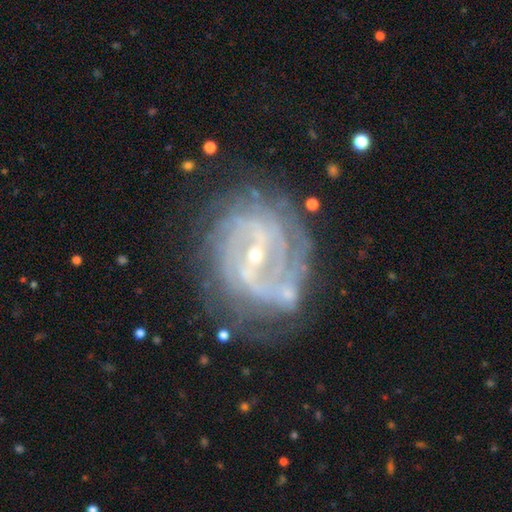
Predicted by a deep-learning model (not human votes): featured or disk 89%, star or artifact 6%, smooth 4%. Down the decision tree: edge-on disk — no (97%); bar — weak (44%); spiral arms — yes (97%); spiral arm count — 2 (34%); spiral winding — tight (57%); bulge size — small (76%); merging — none (68%).